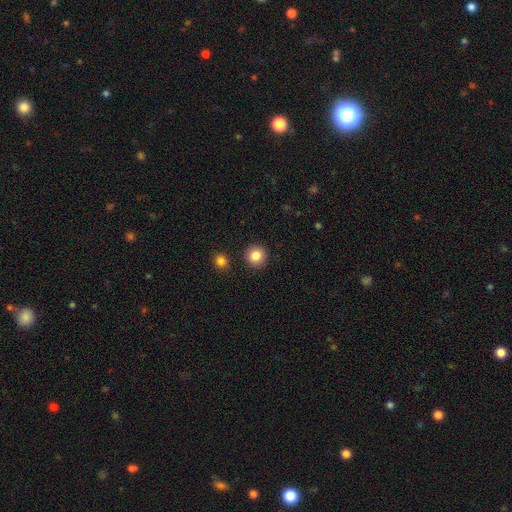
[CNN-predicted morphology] smooth_or_featured: smooth (p=0.85) [alt: star or artifact p=0.10]
how_rounded: round (p=0.94) [alt: in between p=0.05]
merging: none (p=0.91) [alt: minor disturbance p=0.05]